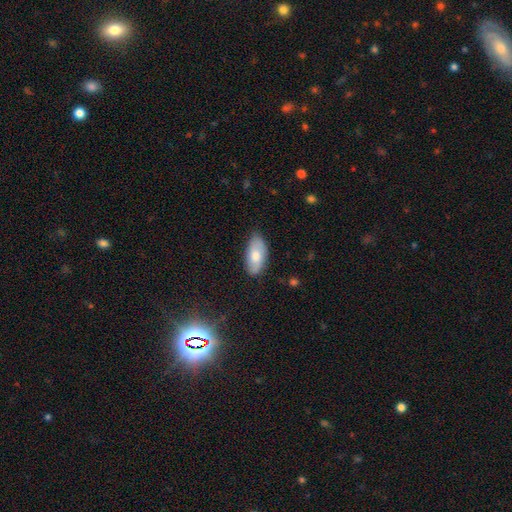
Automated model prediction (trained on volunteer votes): Morphology: type=smooth (74%); roundness=in between (92%); merging=none (79%).